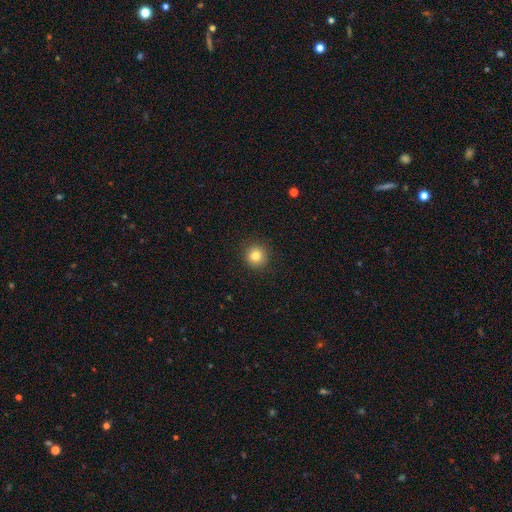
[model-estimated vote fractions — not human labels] smooth_or_featured: smooth (p=0.82) [alt: star or artifact p=0.11]
how_rounded: round (p=0.93) [alt: in between p=0.06]
merging: none (p=0.91) [alt: minor disturbance p=0.06]